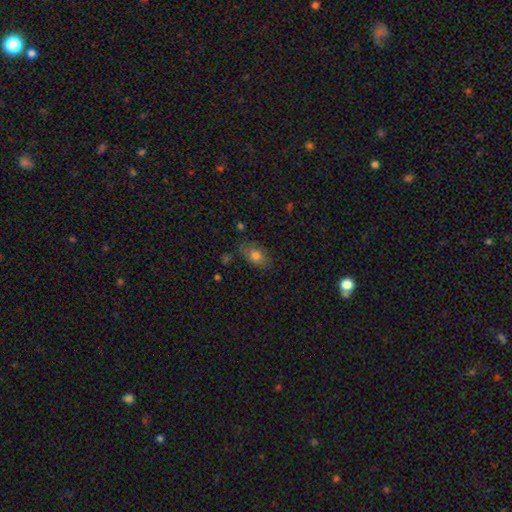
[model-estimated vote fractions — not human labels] This is likely a smooth galaxy (77%). How rounded: clearly in between (86%). Merging: likely none (77%).